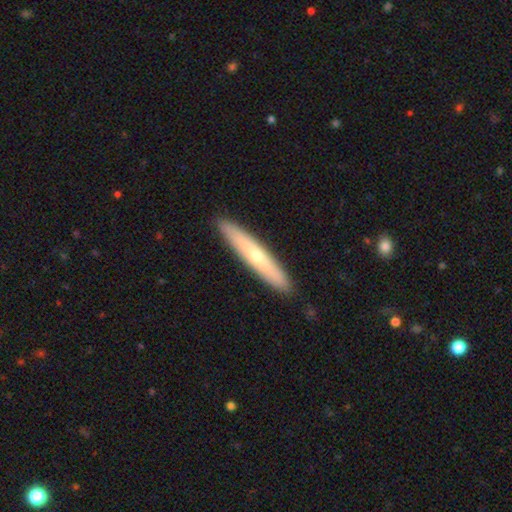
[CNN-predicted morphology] Overall: smooth (57%; featured or disk 38%). How rounded: cigar-shaped (93%). Merging: none (91%).